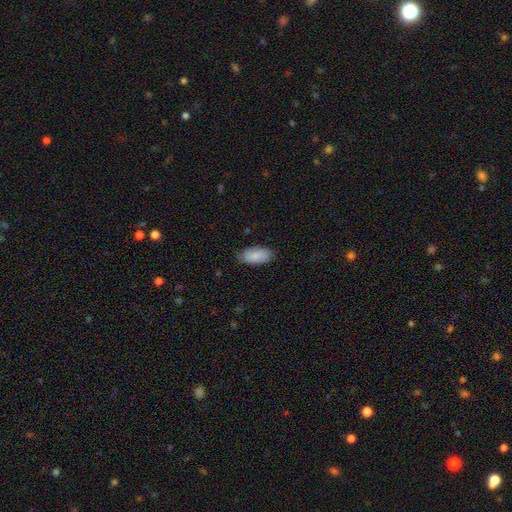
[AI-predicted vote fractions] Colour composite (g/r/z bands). It shows a smooth galaxy with no disk features (81%) that is in between round and cigar-shaped (93%). Merging: none (83%).